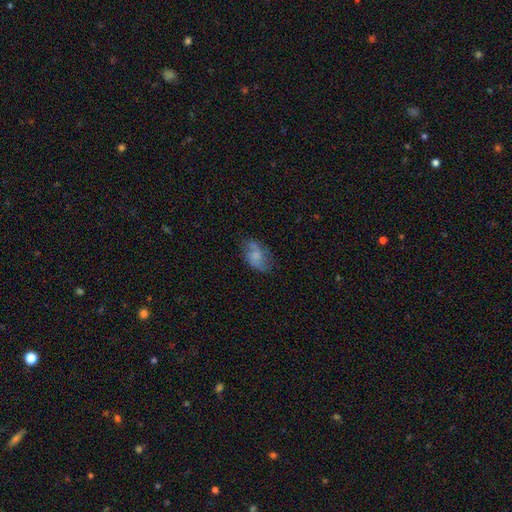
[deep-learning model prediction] smooth-or-featured: smooth: 59% | featured or disk: 32% | star or artifact: 9%
  how-rounded: in between: 88% | round: 10% | cigar-shaped: 2%
  merging: none: 60% | minor disturbance: 26% | major disturbance: 11% | merger: 2%